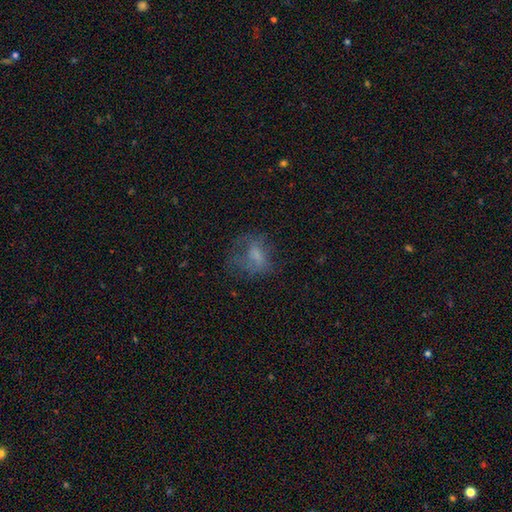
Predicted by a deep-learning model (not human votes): Q: Smooth or featured?
A: smooth (52%); runner-up: featured or disk (31%)
Q: How rounded?
A: in between (55%); runner-up: round (42%)
Q: Merging?
A: none (43%); runner-up: major disturbance (33%)